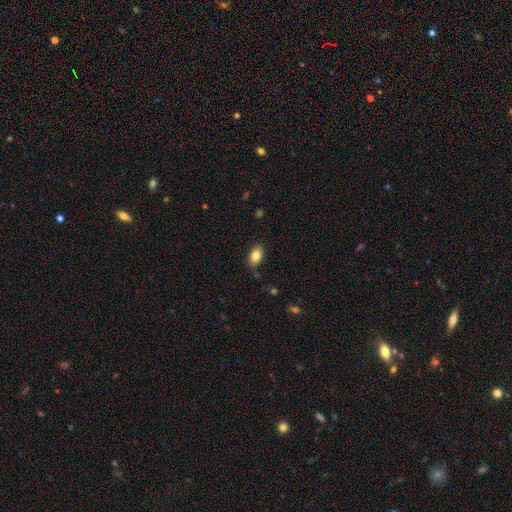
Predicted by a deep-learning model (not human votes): Smooth or featured?
  - smooth: 84% *
  - star or artifact: 8%
  - featured or disk: 8%
How rounded?
  - in between: 90% *
  - round: 8%
  - cigar-shaped: 2%
Merging?
  - none: 84% *
  - minor disturbance: 12%
  - major disturbance: 3%
  - merger: 2%